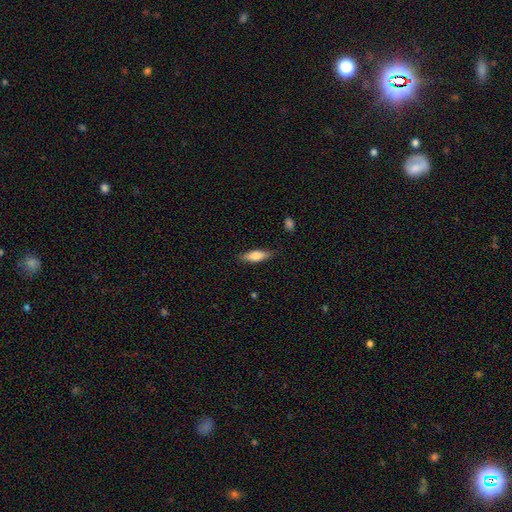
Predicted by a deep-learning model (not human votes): This appears to be a smooth galaxy with no disk features (72%) that is in between round and cigar-shaped (56%). Merging: none (82%).